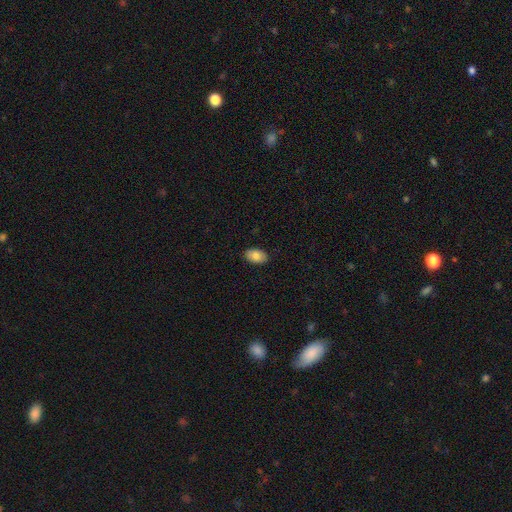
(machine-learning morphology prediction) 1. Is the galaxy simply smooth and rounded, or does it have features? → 84% smooth, 9% featured or disk, 7% star or artifact.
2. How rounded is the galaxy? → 92% in between, 6% round, 1% cigar-shaped.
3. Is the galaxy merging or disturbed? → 89% none, 8% minor disturbance, 2% major disturbance, 1% merger.